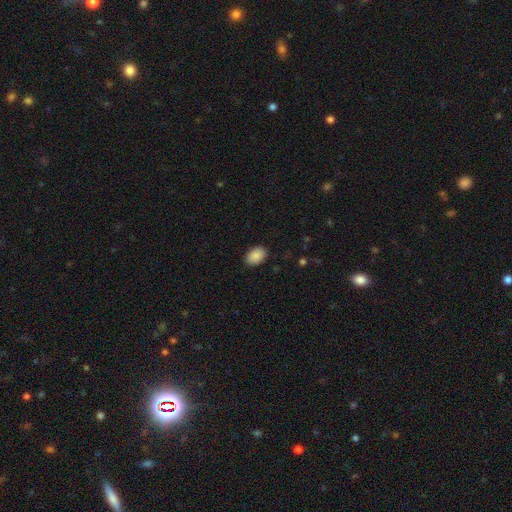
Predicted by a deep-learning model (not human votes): This appears to be a smooth galaxy with no disk features (89%) that is in between round and cigar-shaped (85%). Merging: none (89%).